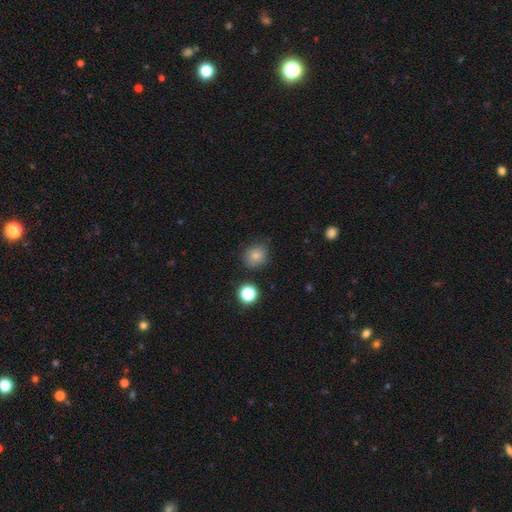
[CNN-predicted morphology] The model was most divided on "how rounded": round: 79%, in between: 20%, cigar-shaped: 1%. More confident: merging — none (81%); smooth or featured — smooth (80%).